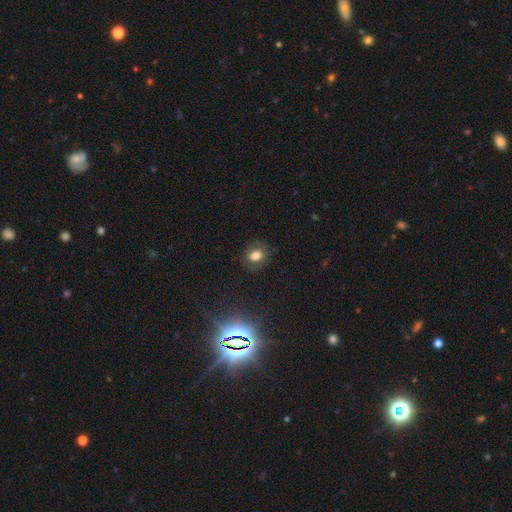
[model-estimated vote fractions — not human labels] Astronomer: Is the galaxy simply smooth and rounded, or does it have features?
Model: smooth — 74%.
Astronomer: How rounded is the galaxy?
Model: round — 56% (runner-up: in between, 42%).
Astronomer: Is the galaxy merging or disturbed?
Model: none — 83%.